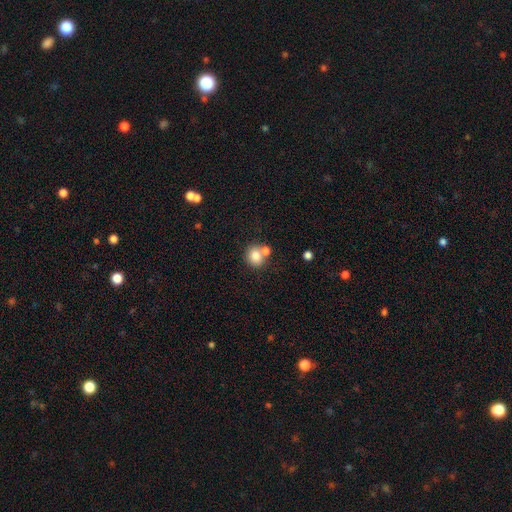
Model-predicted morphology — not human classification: This is clearly a smooth galaxy (80%). How rounded: likely round (78%). Merging: possibly none (56%).